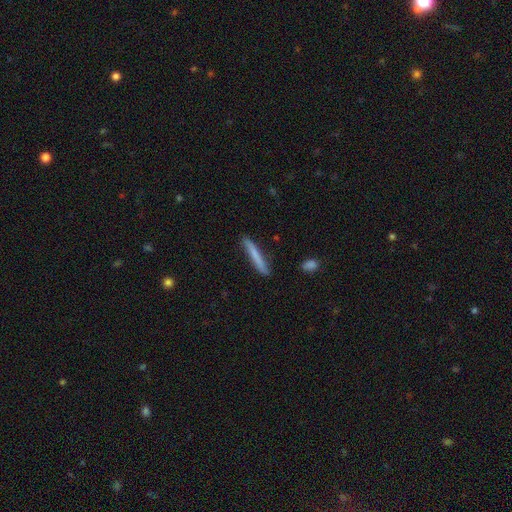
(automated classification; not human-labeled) smooth_or_featured: smooth (p=0.69) [alt: featured or disk p=0.25]
how_rounded: cigar-shaped (p=0.95) [alt: in between p=0.03]
merging: none (p=0.87) [alt: minor disturbance p=0.10]